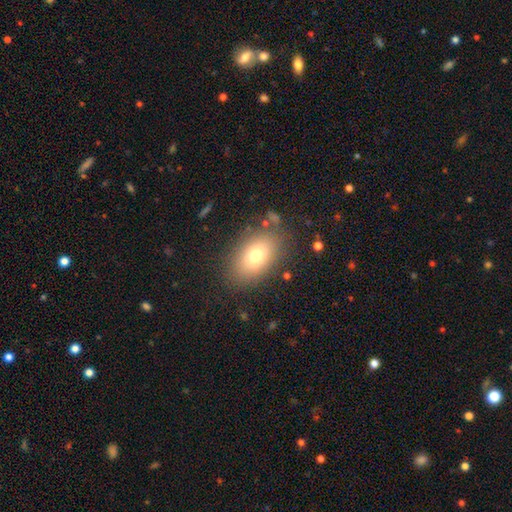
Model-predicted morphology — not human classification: A smooth galaxy with no disk features (74%) that is in between round and cigar-shaped (85%). Merging: none (81%).